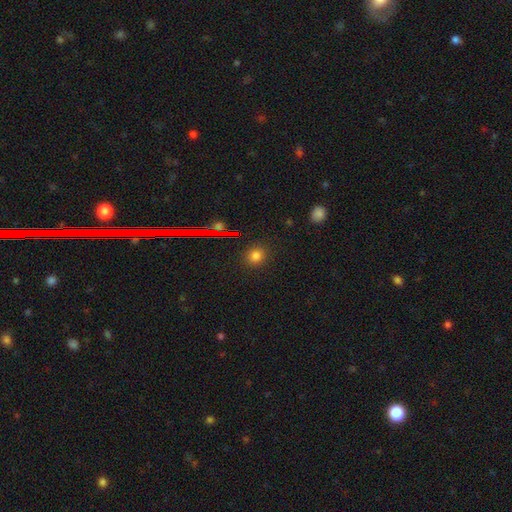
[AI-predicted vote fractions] Smooth or featured: smooth — 75% (star or artifact — 19%)
How rounded: round — 82% (in between — 16%)
Merging: none — 89% (minor disturbance — 7%)